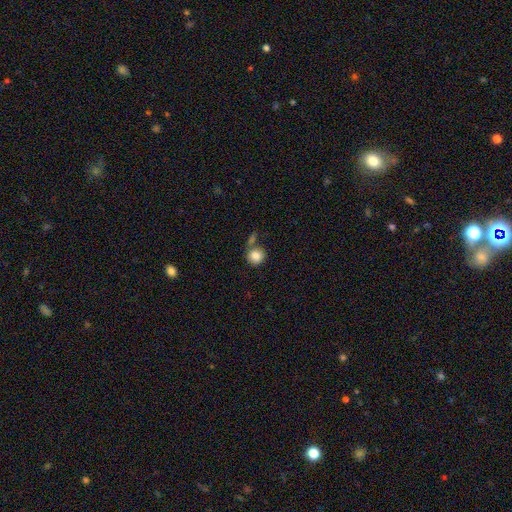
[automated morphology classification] This appears to be a smooth galaxy with no disk features (85%) that is round (88%). Merging: none (57%).